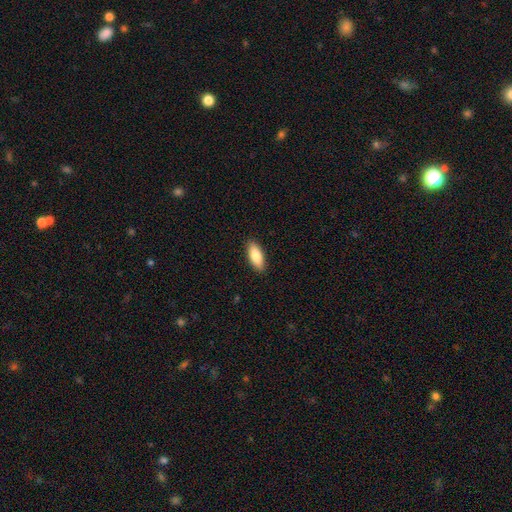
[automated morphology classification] A smooth galaxy with no disk features (85%) that is in between round and cigar-shaped (80%).

Vote fractions:
- Smooth or featured? smooth: 85% / featured or disk: 9% / star or artifact: 6%
- How rounded? in between: 80% / cigar-shaped: 18% / round: 2%
- Merging? none: 90% / minor disturbance: 7% / major disturbance: 2% / merger: 1%